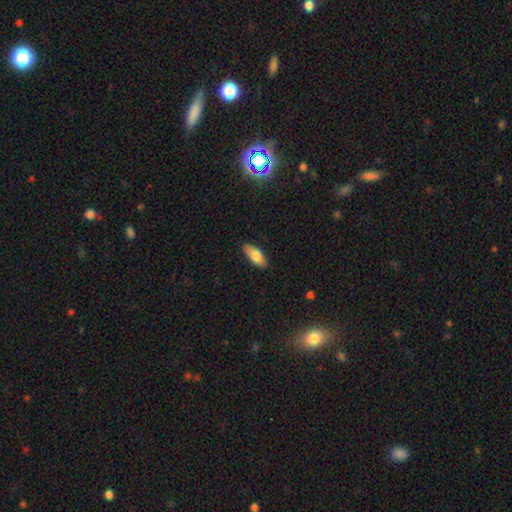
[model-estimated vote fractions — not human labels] Smooth or featured? smooth (80%)
How rounded? in between (83%)
Merging? none (87%)